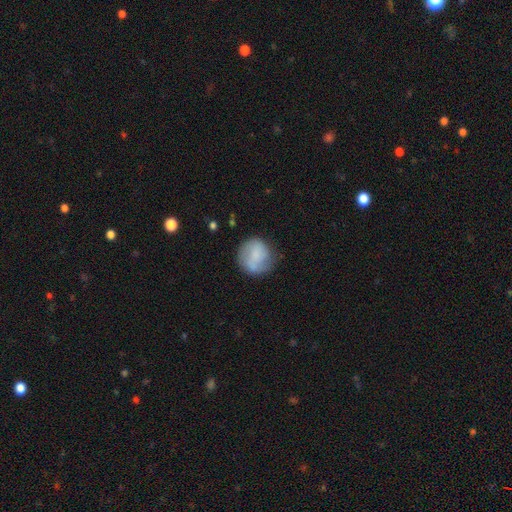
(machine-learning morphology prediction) smooth-or-featured: smooth: 67% | featured or disk: 25% | star or artifact: 7%
  how-rounded: round: 88% | in between: 11% | cigar-shaped: 1%
  merging: none: 64% | minor disturbance: 23% | major disturbance: 10% | merger: 3%